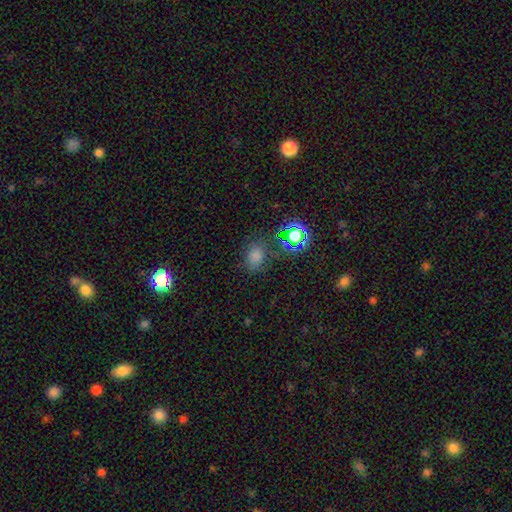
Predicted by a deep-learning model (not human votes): Morphology: type=smooth (65%); roundness=in between (59%); merging=none (75%).